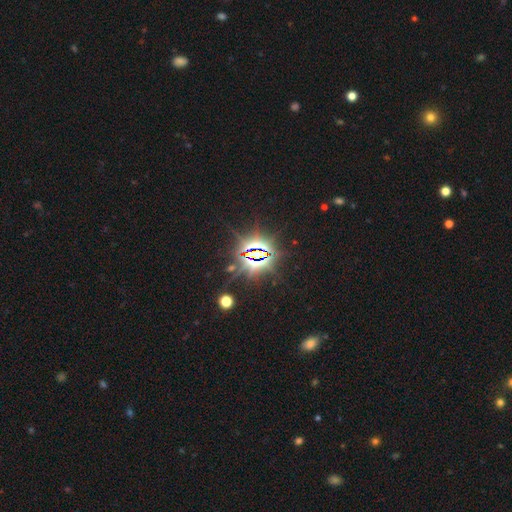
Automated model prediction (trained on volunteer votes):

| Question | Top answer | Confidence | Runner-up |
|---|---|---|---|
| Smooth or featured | star or artifact | 84% | smooth (8%) |